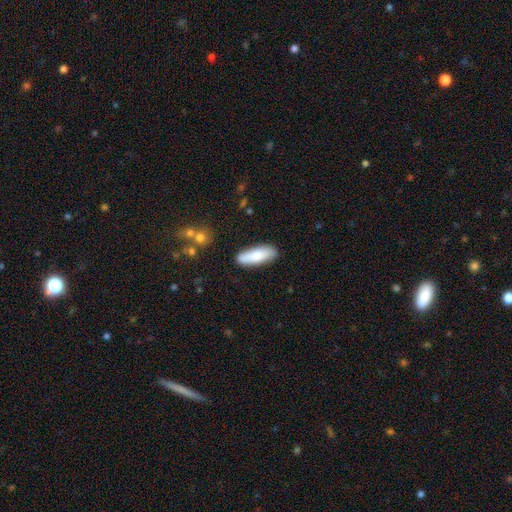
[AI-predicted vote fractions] smooth 80%, featured or disk 14%, star or artifact 6%. Down the decision tree: how rounded — in between (54%); merging — none (84%).